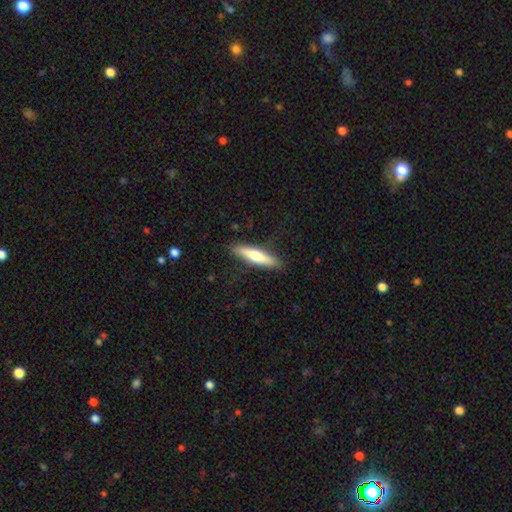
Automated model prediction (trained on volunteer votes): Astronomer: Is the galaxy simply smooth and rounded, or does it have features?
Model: smooth — 55% (runner-up: featured or disk, 39%).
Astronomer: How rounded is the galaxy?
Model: cigar-shaped — 80%.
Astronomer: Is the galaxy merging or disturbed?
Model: none — 87%.